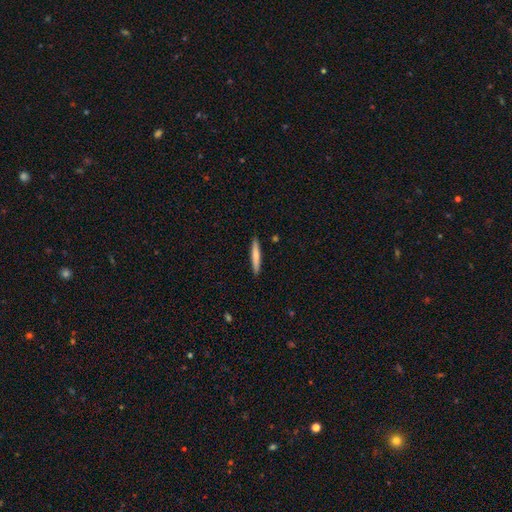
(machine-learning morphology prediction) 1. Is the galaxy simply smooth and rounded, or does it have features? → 72% smooth, 23% featured or disk, 5% star or artifact.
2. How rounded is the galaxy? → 95% cigar-shaped, 4% in between, 1% round.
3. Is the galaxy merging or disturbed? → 91% none, 6% minor disturbance, 1% major disturbance, 1% merger.